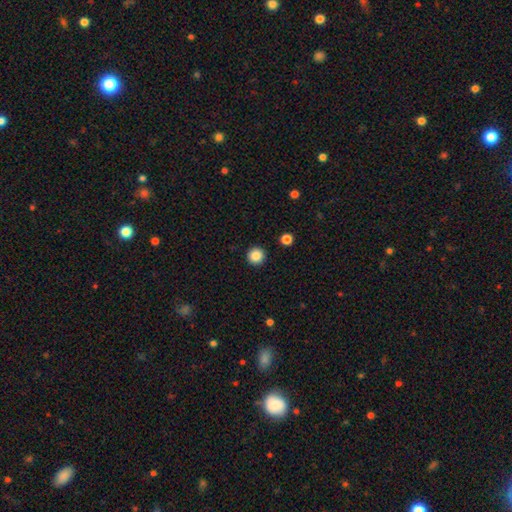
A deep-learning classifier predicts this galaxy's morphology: The model was most divided on "smooth or featured": smooth: 87%, star or artifact: 10%, featured or disk: 3%. More confident: how rounded — round (96%); merging — none (94%).